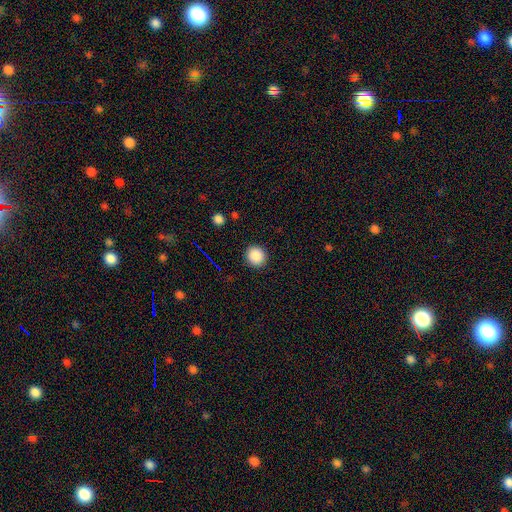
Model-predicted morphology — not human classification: type=smooth (87%); roundness=round (90%); merging=none (91%).